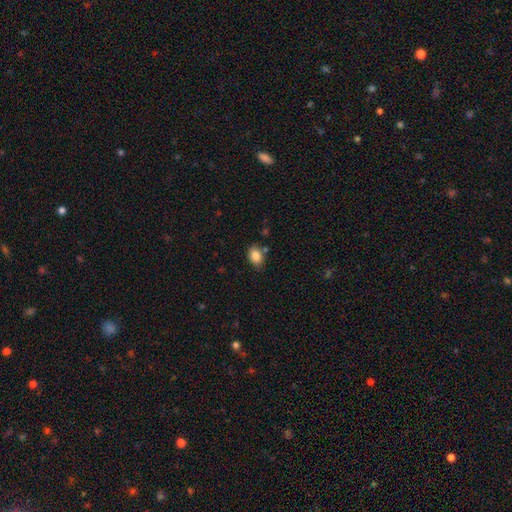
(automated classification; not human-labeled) smooth_or_featured: smooth (p=0.85) [alt: star or artifact p=0.08]
how_rounded: in between (p=0.79) [alt: round p=0.20]
merging: none (p=0.74) [alt: minor disturbance p=0.17]